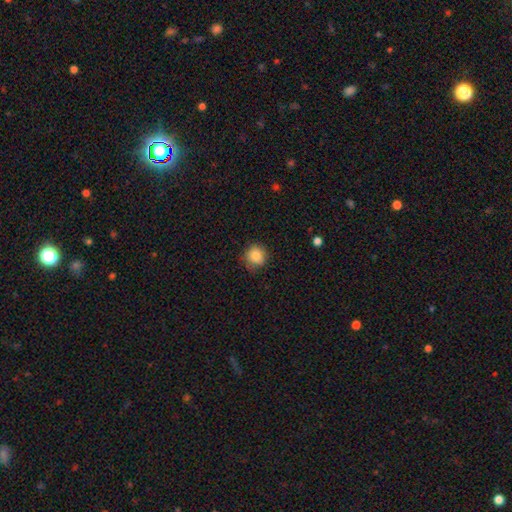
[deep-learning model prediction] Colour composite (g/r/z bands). It shows a smooth galaxy with no disk features (86%) that is round (89%). Merging: none (83%).